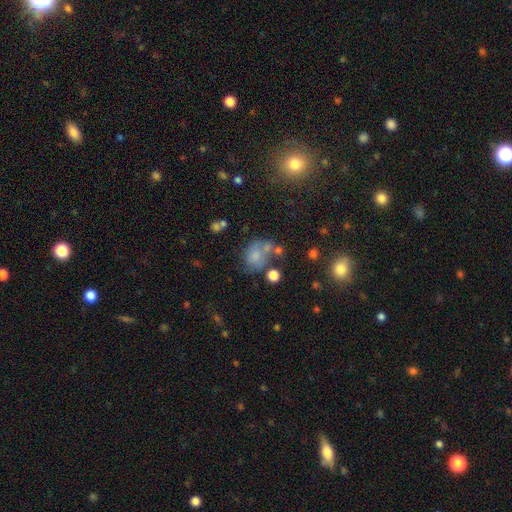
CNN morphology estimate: smooth_or_featured: smooth (p=0.63) [alt: featured or disk p=0.23]
how_rounded: round (p=0.50) [alt: in between p=0.49]
merging: none (p=0.35) [alt: merger p=0.23]